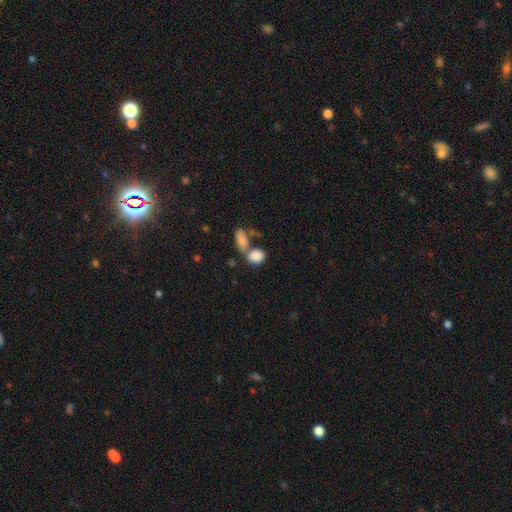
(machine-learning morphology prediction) smooth_or_featured: smooth (p=0.85) [alt: star or artifact p=0.08]
how_rounded: in between (p=0.57) [alt: round p=0.41]
merging: none (p=0.43) [alt: merger p=0.42]